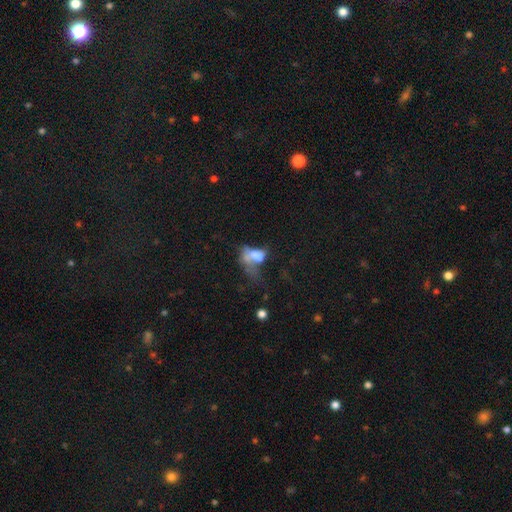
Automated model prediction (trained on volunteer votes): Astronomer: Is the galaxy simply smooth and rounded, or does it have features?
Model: smooth — 48% (runner-up: featured or disk, 37%).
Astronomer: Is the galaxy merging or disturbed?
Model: merger — 43% (runner-up: major disturbance, 35%).